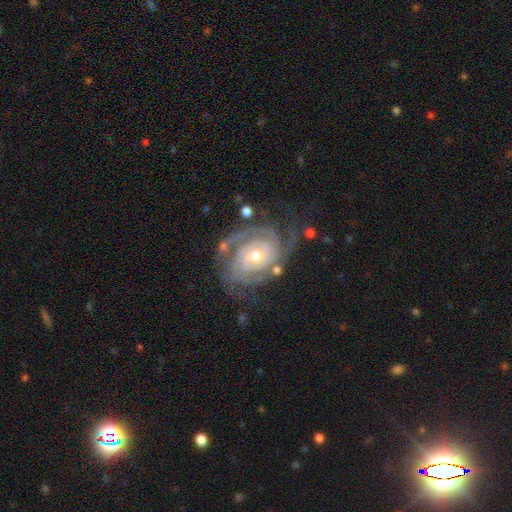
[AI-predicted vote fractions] A featured or disk galaxy (92%) with no bar (65%), 2 (42%) tight (78%) spiral arms (98%) and a moderate central bulge (53%).

Vote fractions:
- Smooth or featured? featured or disk: 92% / star or artifact: 5% / smooth: 4%
- Edge-on disk? no: 97% / yes: 3%
- Bar? no: 65% / weak: 25% / strong: 10%
- Spiral arms? yes: 98% / no: 2%
- Spiral winding? tight: 78% / medium: 19% / loose: 3%
- Spiral arm count? 2: 42% / 3: 27% / can't tell: 12% / 4: 9% / more than 4: 5% / 1: 4%
- Bulge size? moderate: 53% / small: 43% / large: 2% / none: 1% / dominant: 1%
- Merging? none: 69% / minor disturbance: 19% / major disturbance: 9% / merger: 3%